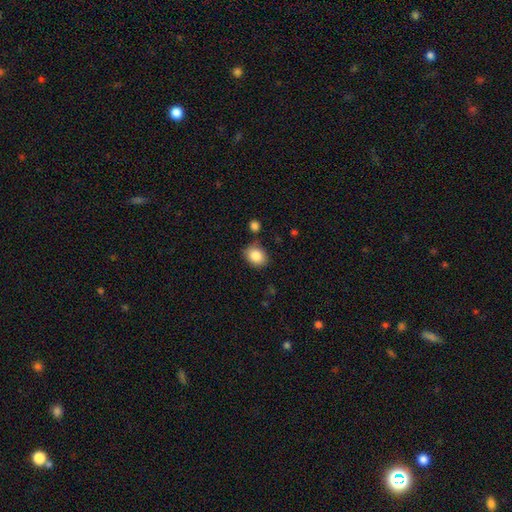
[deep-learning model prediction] Morphology: type=smooth (85%); roundness=round (50%); merging=none (77%).